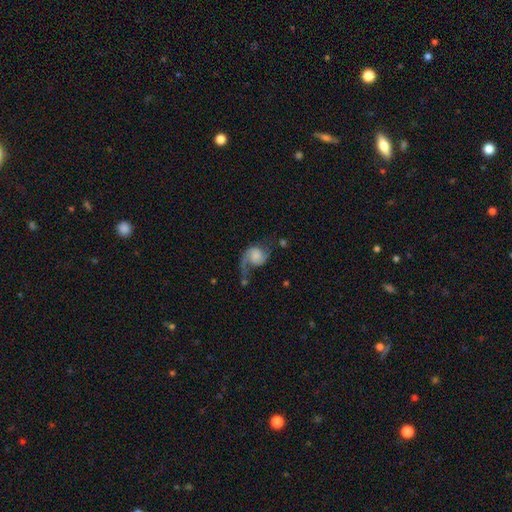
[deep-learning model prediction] featured or disk 69%, smooth 24%, star or artifact 7%. Down the decision tree: edge-on disk — no (98%); bar — no (69%); spiral arms — yes (93%); spiral arm count — 2 (59%); spiral winding — loose (67%); bulge size — small (26%, tied with none); merging — none (38%).